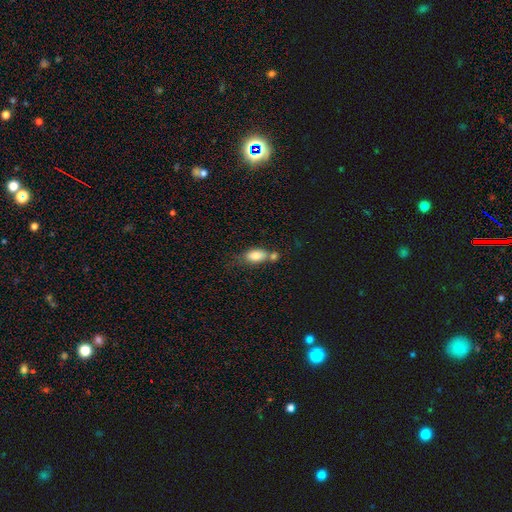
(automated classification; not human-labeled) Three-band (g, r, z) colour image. It shows a smooth galaxy with no disk features (80%) that is in between round and cigar-shaped (85%). Merging: merger (41%).